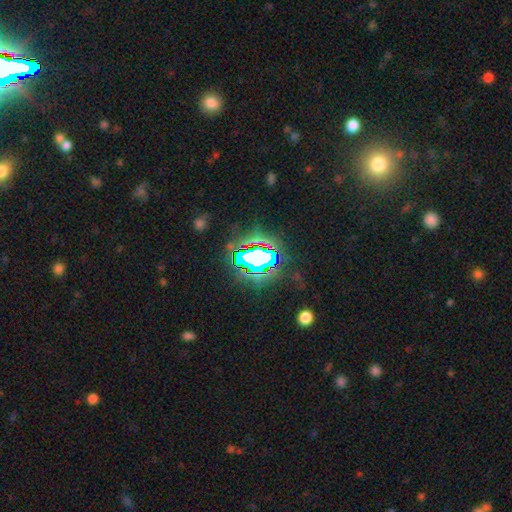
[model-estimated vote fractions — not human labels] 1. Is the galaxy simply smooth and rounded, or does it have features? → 66% star or artifact, 18% smooth, 16% featured or disk.